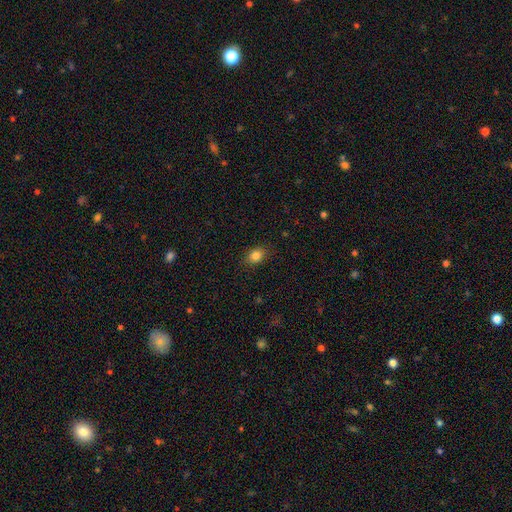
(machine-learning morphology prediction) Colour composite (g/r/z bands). It shows a smooth galaxy with no disk features (84%) that is in between round and cigar-shaped (67%). Merging: none (86%).